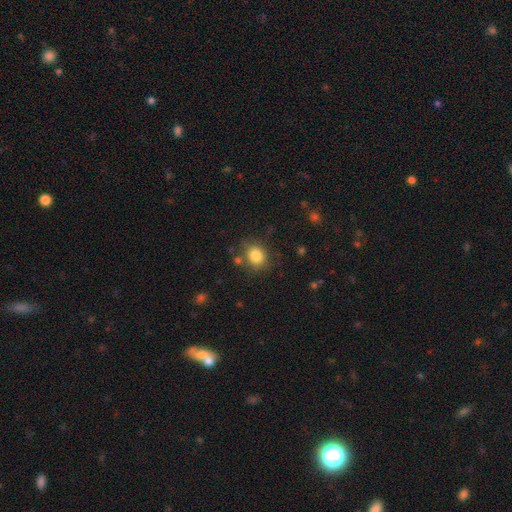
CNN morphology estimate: This appears to be a smooth galaxy with no disk features (83%) that is round (66%). Merging: none (78%).